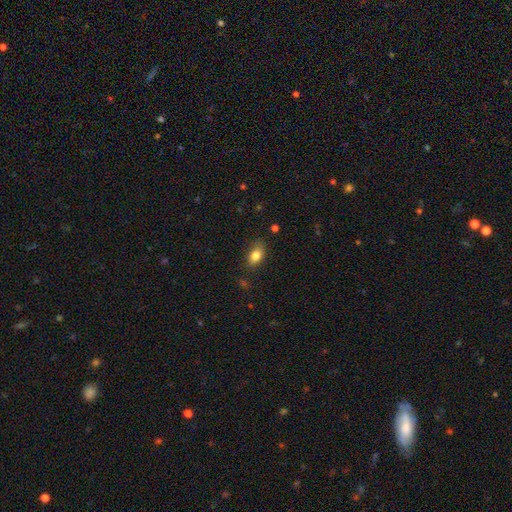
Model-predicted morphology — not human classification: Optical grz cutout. It shows a smooth galaxy with no disk features (82%) that is in between round and cigar-shaped (86%). Merging: none (76%).